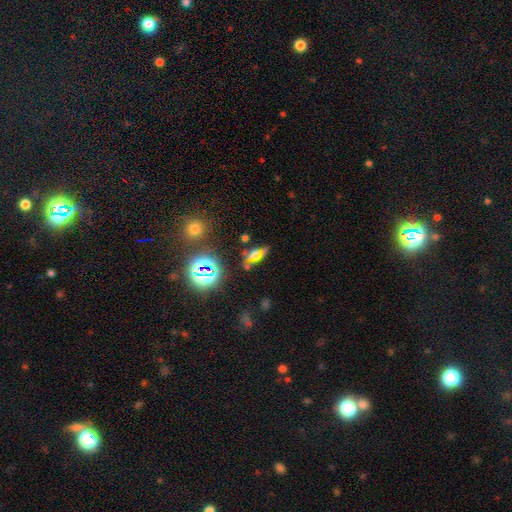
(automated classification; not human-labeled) Morphology: type=smooth (39%, tied with star or artifact); merging=none (52%).